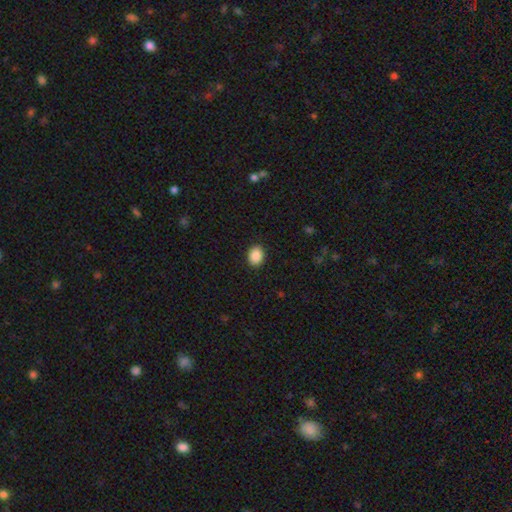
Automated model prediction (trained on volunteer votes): Q: Smooth or featured?
A: smooth (89%); runner-up: star or artifact (8%)
Q: How rounded?
A: in between (56%); runner-up: round (43%)
Q: Merging?
A: none (90%); runner-up: minor disturbance (7%)